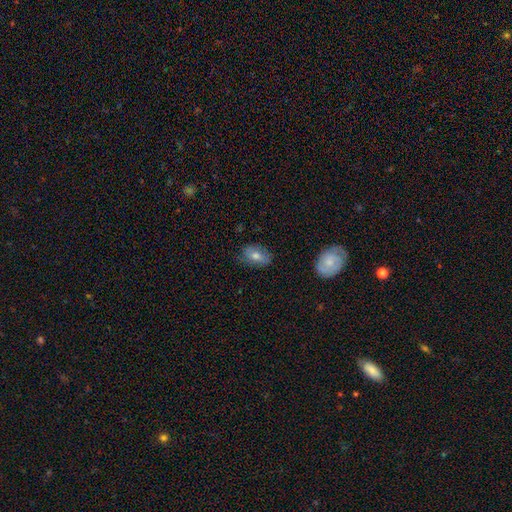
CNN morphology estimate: Smooth or featured? Predicted: smooth (p=0.64). How rounded? Predicted: in between (p=0.85). Merging? Predicted: none (p=0.79).